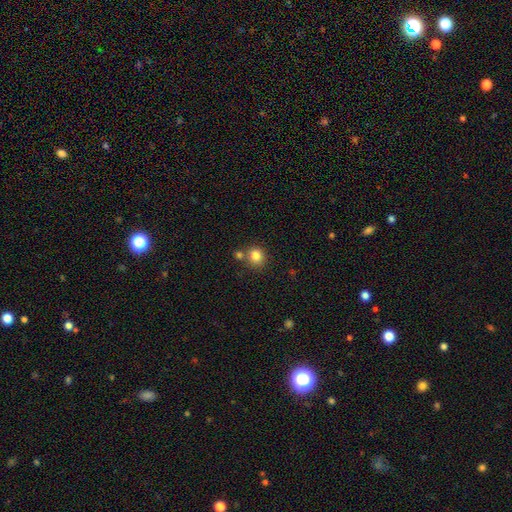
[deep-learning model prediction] Morphology: type=smooth (83%); roundness=round (85%); merging=none (69%).